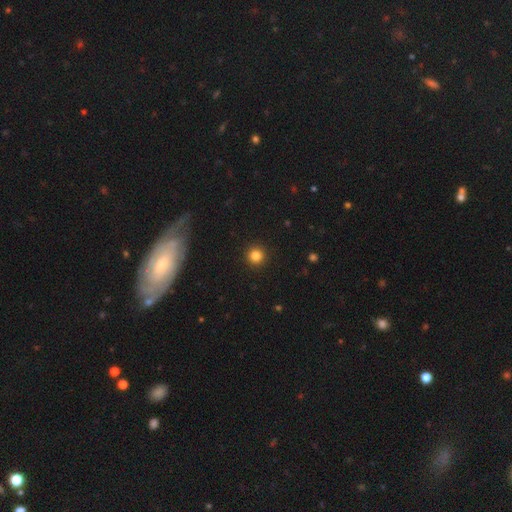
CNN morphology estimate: A smooth galaxy with no disk features (83%) that is round (96%).

Vote fractions:
- Smooth or featured? smooth: 83% / star or artifact: 12% / featured or disk: 5%
- How rounded? round: 96% / in between: 3% / cigar-shaped: 1%
- Merging? none: 93% / minor disturbance: 4% / major disturbance: 2% / merger: 1%